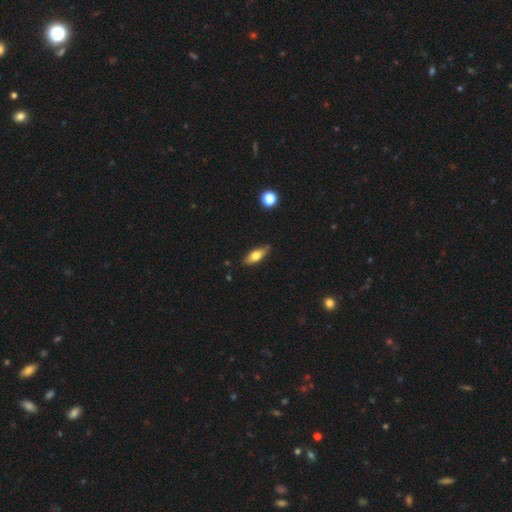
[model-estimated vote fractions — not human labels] Smooth or featured? smooth (63%)
How rounded? in between (67%)
Merging? none (83%)